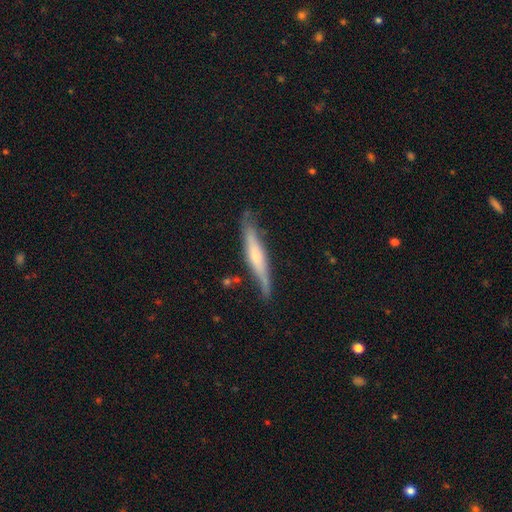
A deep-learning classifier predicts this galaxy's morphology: A featured or disk galaxy (57%) viewed edge-on (88%).

Vote fractions:
- Smooth or featured? featured or disk: 57% / smooth: 37% / star or artifact: 6%
- Edge-on disk? yes: 88% / no: 12%
- Merging? none: 72% / minor disturbance: 21% / major disturbance: 4% / merger: 3%